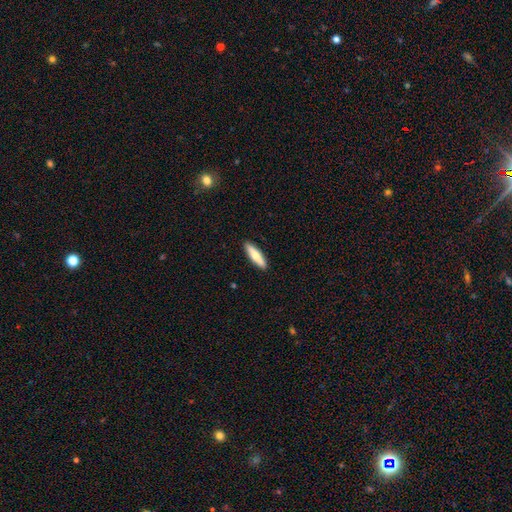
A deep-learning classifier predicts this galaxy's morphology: A smooth galaxy with no disk features (61%) that is cigar-shaped (67%). Merging: none (91%).